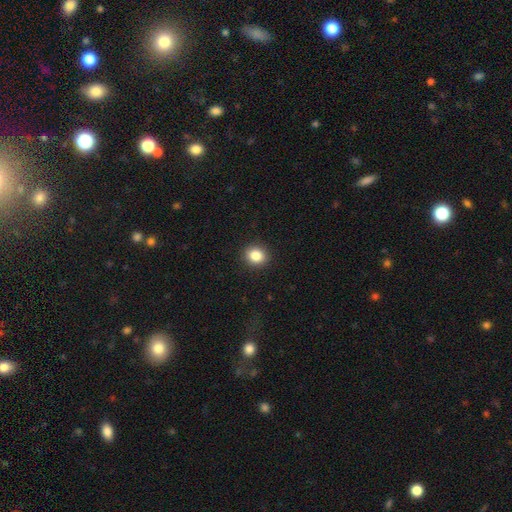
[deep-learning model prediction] This appears to be a smooth galaxy with no disk features (85%) that is round (74%). Merging: none (91%).